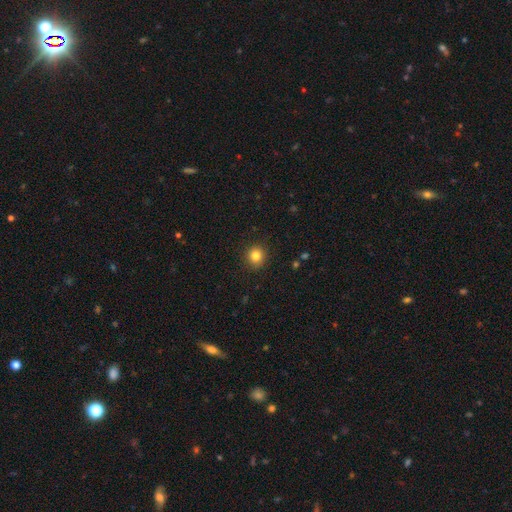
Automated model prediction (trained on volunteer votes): Overall: smooth (83%). How rounded: round (89%). Merging: none (91%).